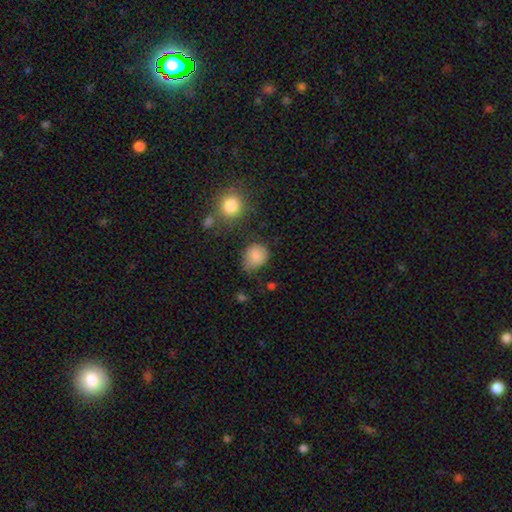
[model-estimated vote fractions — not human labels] Smooth or featured? smooth (83%)
How rounded? round (65%)
Merging? none (59%)